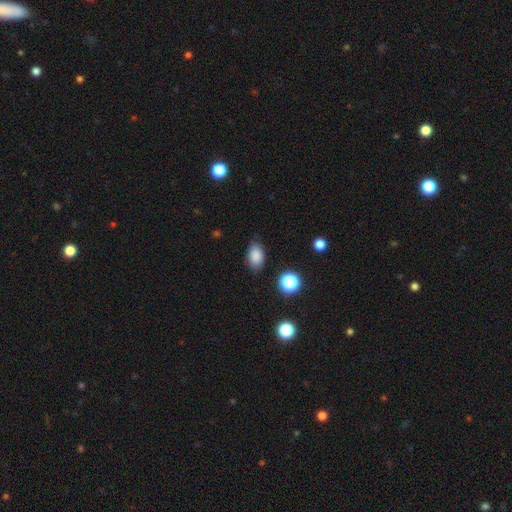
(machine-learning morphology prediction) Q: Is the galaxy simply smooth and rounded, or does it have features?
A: smooth — 85%.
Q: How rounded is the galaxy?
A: in between — 86%.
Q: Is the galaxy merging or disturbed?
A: none — 81%.